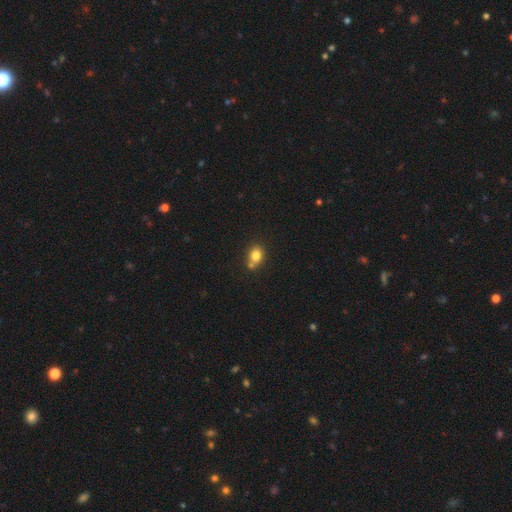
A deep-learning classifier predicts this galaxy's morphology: Smooth or featured? Predicted: smooth (p=0.80). How rounded? Predicted: round (p=0.57). Merging? Predicted: none (p=0.54).